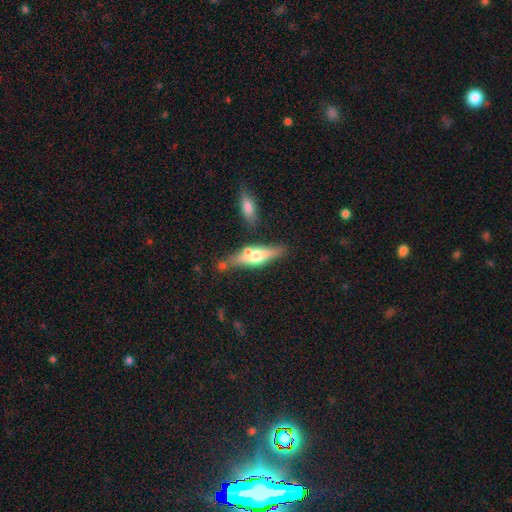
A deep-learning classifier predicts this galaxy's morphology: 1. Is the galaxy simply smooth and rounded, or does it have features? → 51% featured or disk, 43% smooth, 7% star or artifact.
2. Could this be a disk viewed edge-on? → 86% yes, 14% no.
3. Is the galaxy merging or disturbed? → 60% none, 18% merger, 17% minor disturbance, 5% major disturbance.